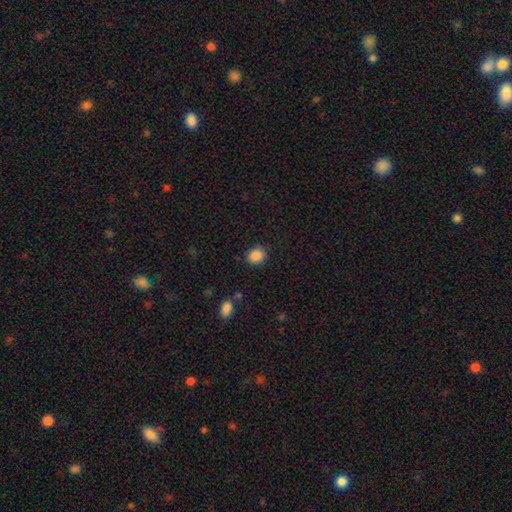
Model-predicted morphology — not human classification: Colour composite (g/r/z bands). It shows a smooth galaxy with no disk features (88%) that is round (69%). Merging: none (87%).